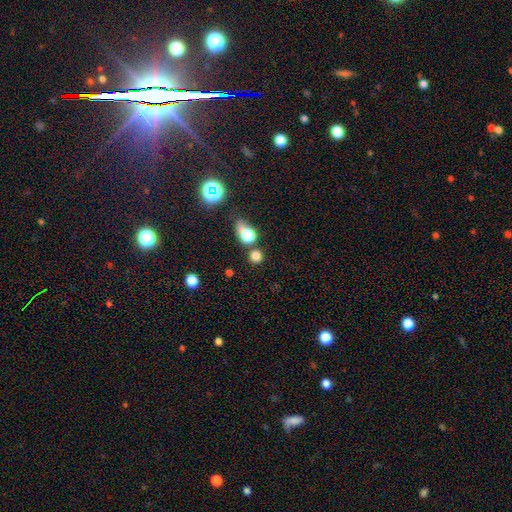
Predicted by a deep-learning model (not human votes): The model was most divided on "merging": none: 62%, merger: 20%, minor disturbance: 11%, major disturbance: 7%. More confident: how rounded — round (85%); smooth or featured — smooth (76%).